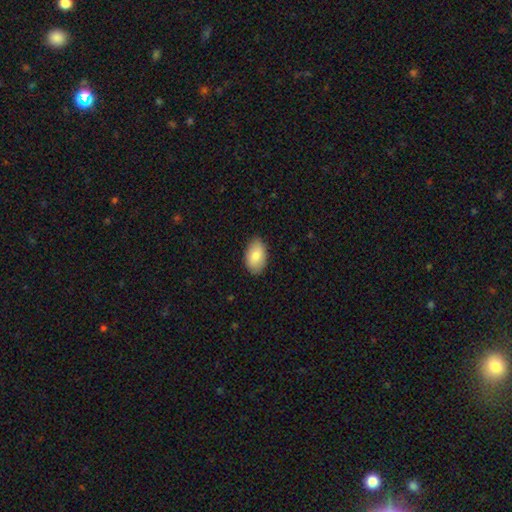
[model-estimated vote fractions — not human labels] smooth 85%, featured or disk 9%, star or artifact 6%. Down the decision tree: how rounded — in between (94%); merging — none (86%).